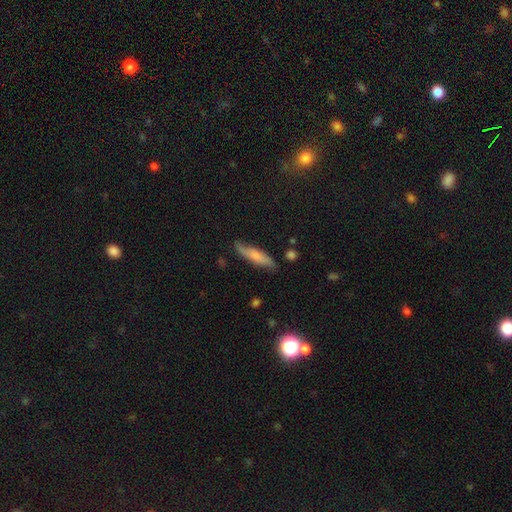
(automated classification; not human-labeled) A smooth galaxy with no disk features (60%) that is cigar-shaped (73%).

Vote fractions:
- Smooth or featured? smooth: 60% / featured or disk: 34% / star or artifact: 6%
- How rounded? cigar-shaped: 73% / in between: 25% / round: 2%
- Merging? none: 72% / minor disturbance: 21% / major disturbance: 4% / merger: 2%